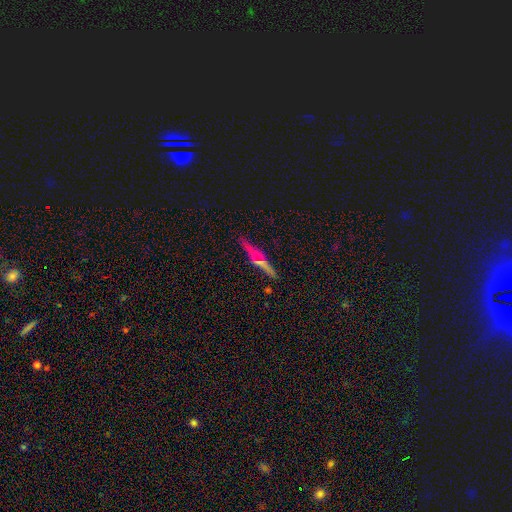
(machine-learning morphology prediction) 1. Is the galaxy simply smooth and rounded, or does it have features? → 48% featured or disk, 41% smooth, 11% star or artifact.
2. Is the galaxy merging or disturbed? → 84% none, 10% minor disturbance, 4% merger, 2% major disturbance.